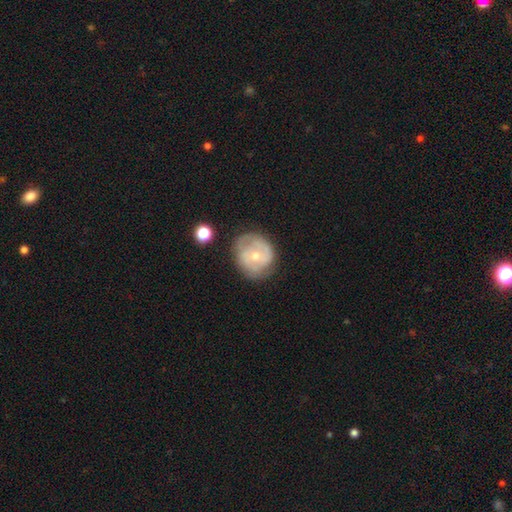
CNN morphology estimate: This is likely a featured or disk galaxy (61%). It is clearly not viewed edge-on (97%). Bar: likely no (75%). Spiral arm pattern: likely yes (70%). Central bulge: possibly moderate (52%). Merging: likely none (62%).